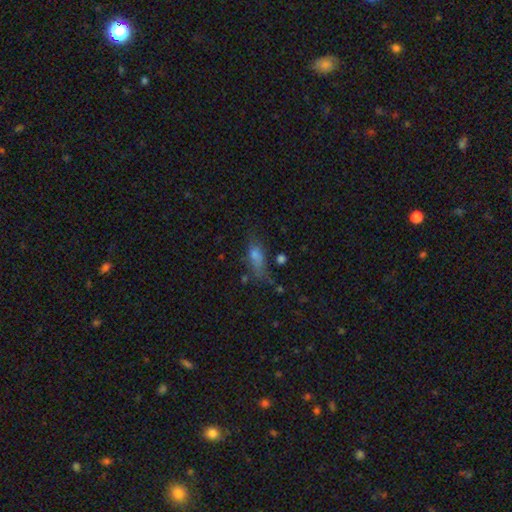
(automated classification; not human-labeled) Overall: smooth (57%; featured or disk 23%). How rounded: in between (53%; cigar-shaped 41%). Merging: none (54%; minor disturbance 24%).